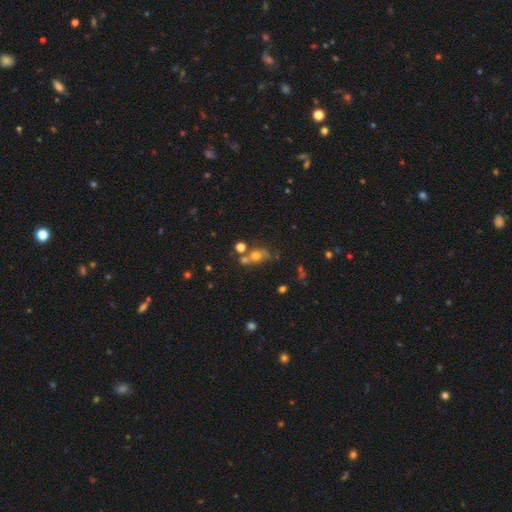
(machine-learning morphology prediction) type=smooth (60%); roundness=round (57%); merging=none (44%).